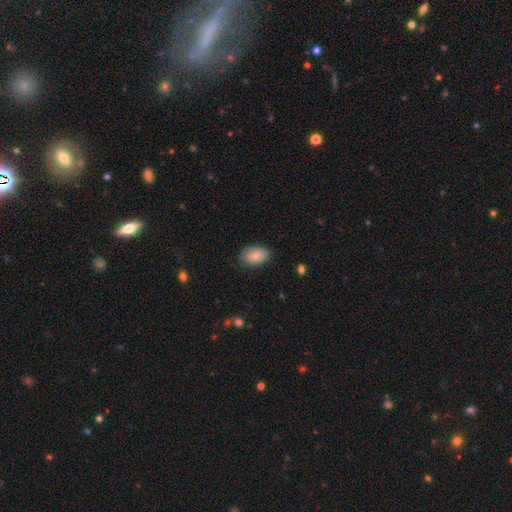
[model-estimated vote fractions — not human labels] Smooth or featured?
  - smooth: 77% *
  - featured or disk: 17%
  - star or artifact: 7%
How rounded?
  - in between: 90% *
  - round: 8%
  - cigar-shaped: 1%
Merging?
  - none: 78% *
  - minor disturbance: 17%
  - major disturbance: 3%
  - merger: 1%